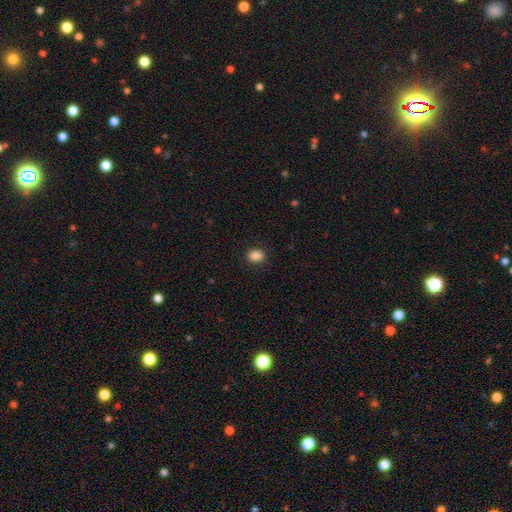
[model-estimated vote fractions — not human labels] A smooth galaxy with no disk features (87%) that is in between round and cigar-shaped (61%).

Vote fractions:
- Smooth or featured? smooth: 87% / star or artifact: 9% / featured or disk: 3%
- How rounded? in between: 61% / round: 38% / cigar-shaped: 1%
- Merging? none: 89% / minor disturbance: 8% / major disturbance: 2% / merger: 1%